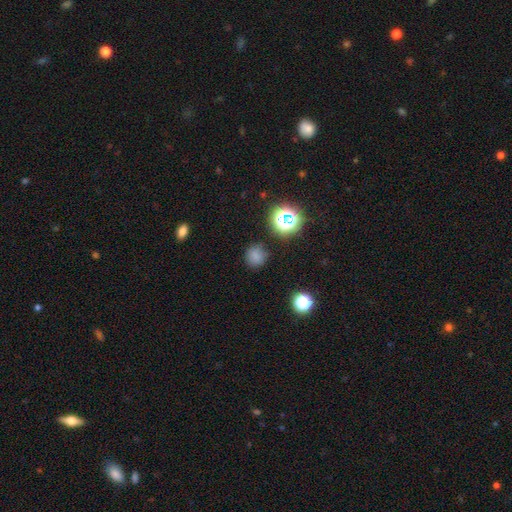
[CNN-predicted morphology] The model was most divided on "smooth or featured": smooth: 73%, star or artifact: 21%, featured or disk: 6%. More confident: how rounded — round (82%); merging — none (81%).